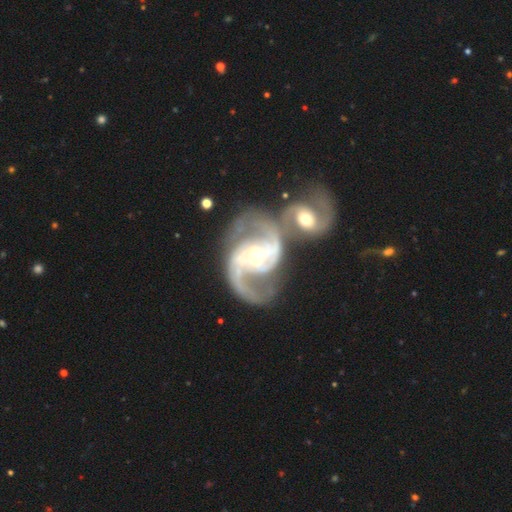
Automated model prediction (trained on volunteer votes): Smooth or featured? featured or disk (93%)
Edge-on disk? no (98%)
Bar? weak (37%)
Spiral arms? yes (98%)
Spiral winding? medium (60%)
Spiral arm count? 2 (88%)
Bulge size? moderate (72%)
Merging? merger (59%)